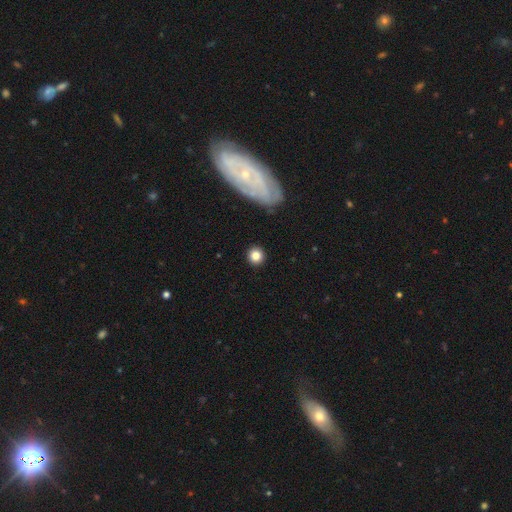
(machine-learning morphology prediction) Q: Smooth or featured?
A: smooth (82%); runner-up: star or artifact (10%)
Q: How rounded?
A: round (92%); runner-up: in between (7%)
Q: Merging?
A: none (90%); runner-up: minor disturbance (6%)